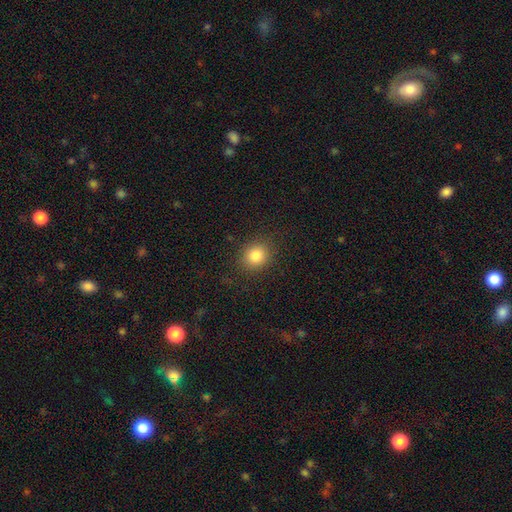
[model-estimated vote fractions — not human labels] Smooth or featured: smooth — 83% (star or artifact — 11%)
How rounded: round — 76% (in between — 23%)
Merging: none — 88% (minor disturbance — 8%)